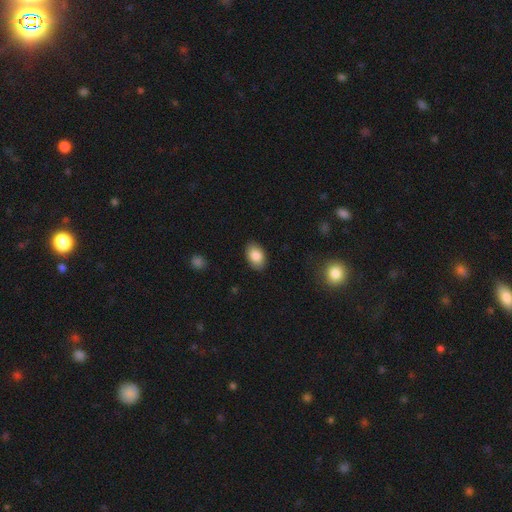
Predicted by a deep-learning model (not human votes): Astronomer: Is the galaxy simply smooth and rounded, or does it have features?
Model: smooth — 86%.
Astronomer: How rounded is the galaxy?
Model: in between — 88%.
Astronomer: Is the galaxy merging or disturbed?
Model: none — 88%.